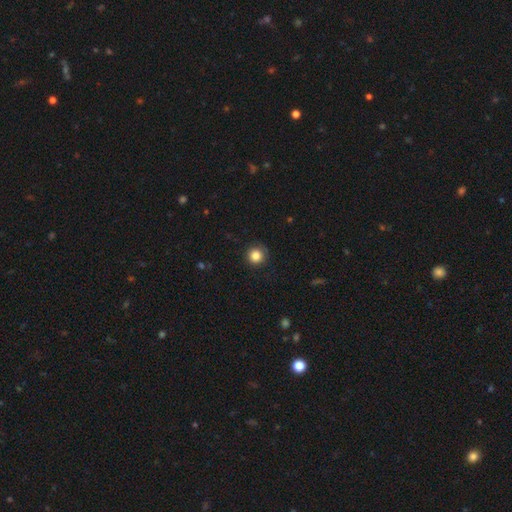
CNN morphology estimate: This is clearly a smooth galaxy (84%). How rounded: clearly round (95%). Merging: clearly none (88%).